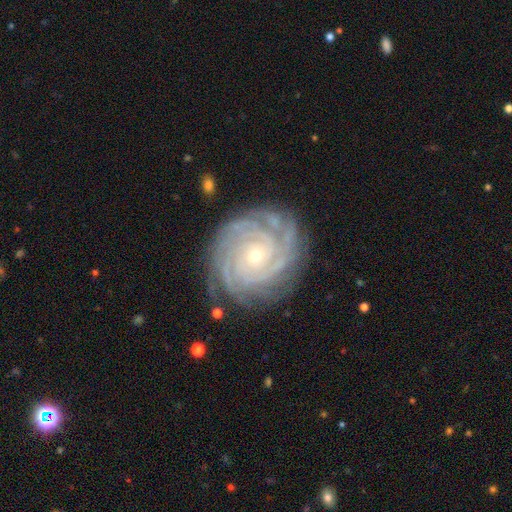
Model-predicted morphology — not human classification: A featured or disk galaxy (90%) with no bar (77%), 4 (27%) tight (86%) spiral arms (98%) and a small central bulge (73%). Merging: none (81%).